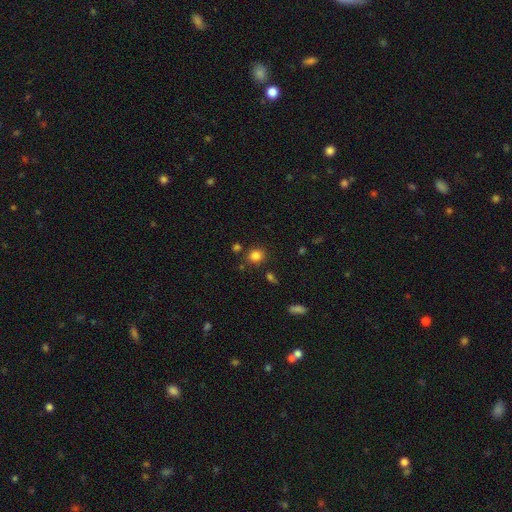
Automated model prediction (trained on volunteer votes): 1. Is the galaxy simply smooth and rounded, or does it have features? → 82% smooth, 13% star or artifact, 5% featured or disk.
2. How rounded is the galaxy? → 79% round, 20% in between, 1% cigar-shaped.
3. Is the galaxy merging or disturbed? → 83% none, 9% minor disturbance, 5% merger, 3% major disturbance.